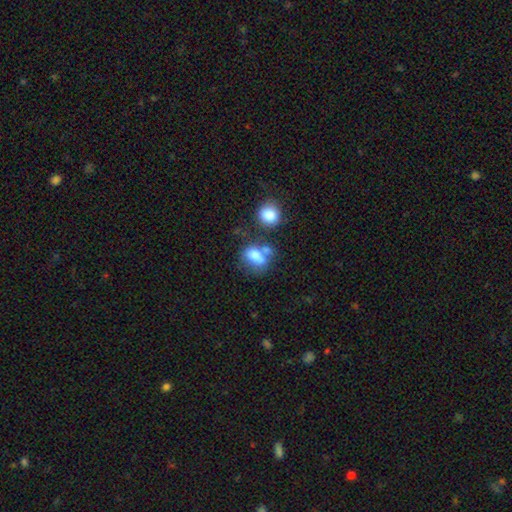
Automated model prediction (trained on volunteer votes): This appears to be a smooth galaxy with no disk features (75%) that is in between round and cigar-shaped (72%). Merging: none (36%).